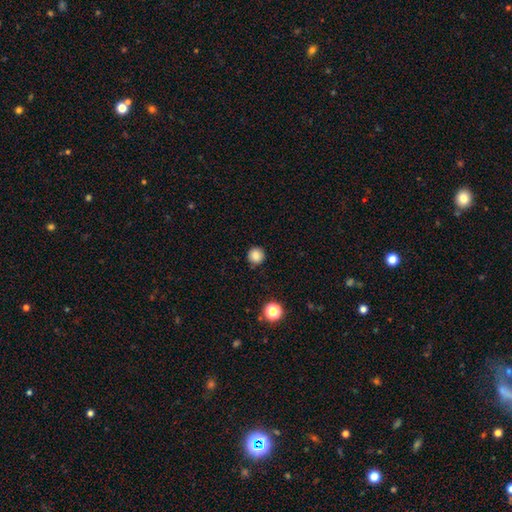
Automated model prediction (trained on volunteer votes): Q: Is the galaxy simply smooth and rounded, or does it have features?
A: smooth — 85%.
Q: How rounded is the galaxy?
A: round — 95%.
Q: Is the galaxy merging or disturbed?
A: none — 89%.